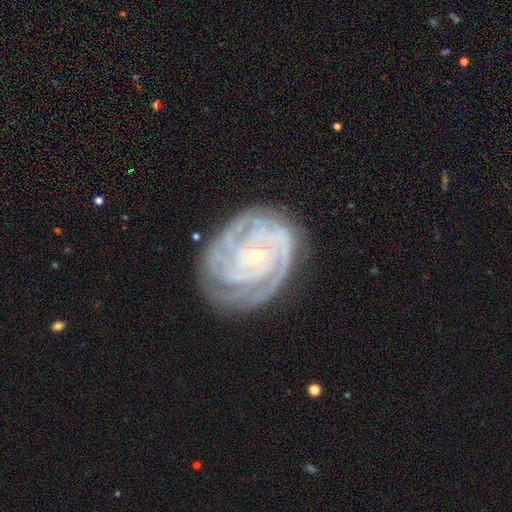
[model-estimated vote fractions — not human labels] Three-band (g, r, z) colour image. It shows a featured or disk galaxy (89%) with no bar (73%), 4 (26%) tight (82%) spiral arms (98%) and a small central bulge (87%). Merging: none (76%).